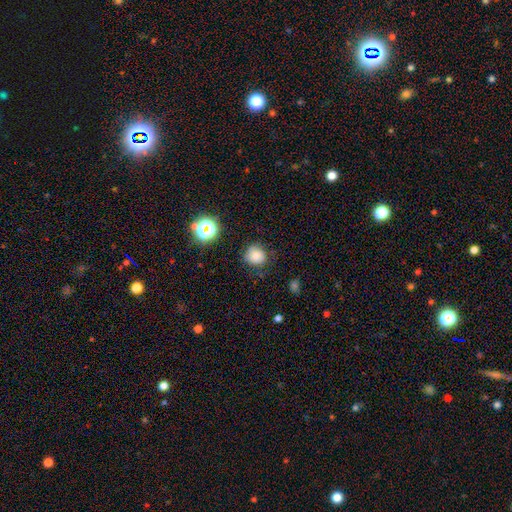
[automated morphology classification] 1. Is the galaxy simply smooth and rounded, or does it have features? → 75% smooth, 15% star or artifact, 10% featured or disk.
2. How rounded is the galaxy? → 81% round, 18% in between, 1% cigar-shaped.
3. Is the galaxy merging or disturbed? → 71% none, 20% minor disturbance, 6% major disturbance, 2% merger.